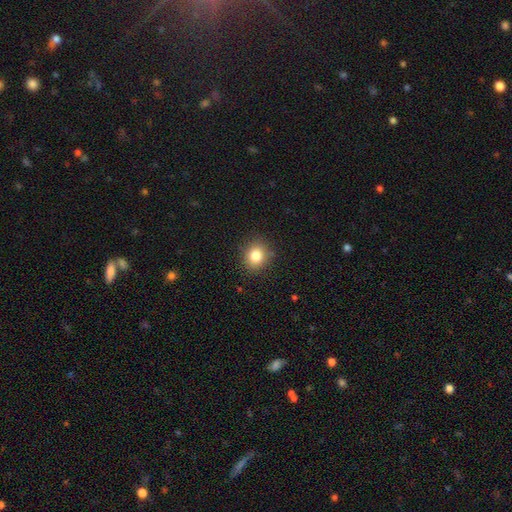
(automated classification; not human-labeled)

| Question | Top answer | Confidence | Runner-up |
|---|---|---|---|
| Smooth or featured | smooth | 82% | star or artifact (11%) |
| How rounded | round | 69% | in between (30%) |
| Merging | none | 86% | minor disturbance (10%) |